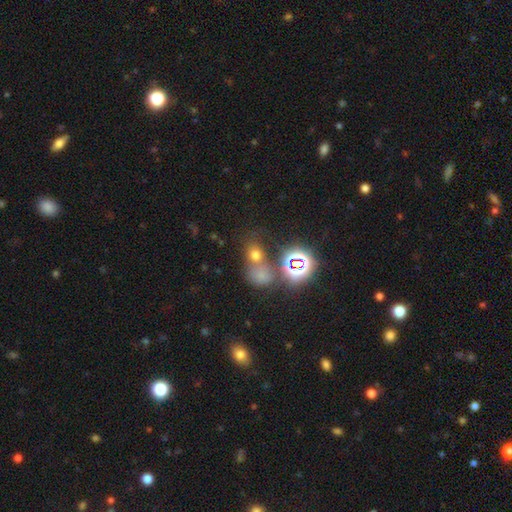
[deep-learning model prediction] smooth 59%, star or artifact 33%, featured or disk 9%. Down the decision tree: how rounded — round (65%); merging — none (49%).